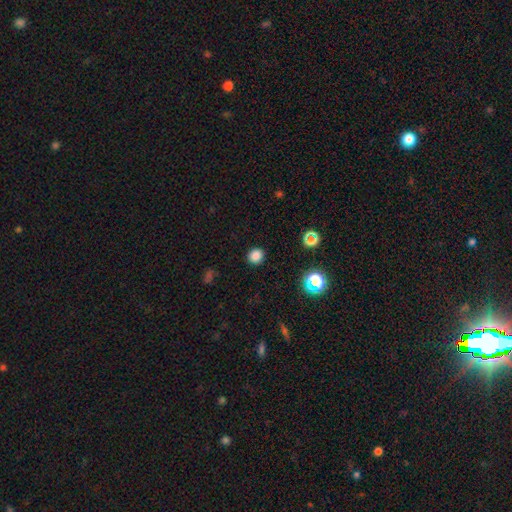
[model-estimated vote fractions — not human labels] This is clearly a smooth galaxy (82%). How rounded: clearly round (80%). Merging: clearly none (90%).